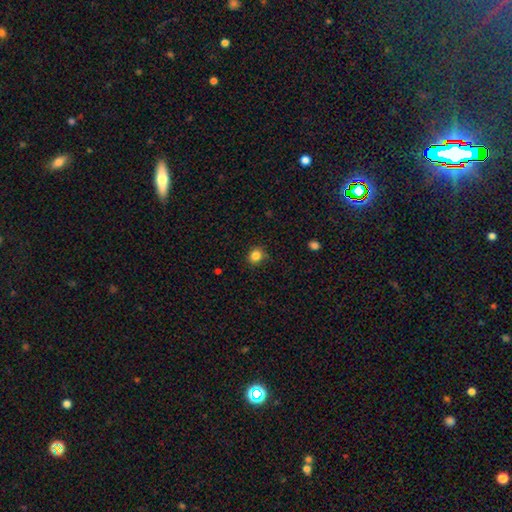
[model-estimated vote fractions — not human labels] This appears to be a smooth galaxy with no disk features (84%) that is round (75%). Merging: none (83%).